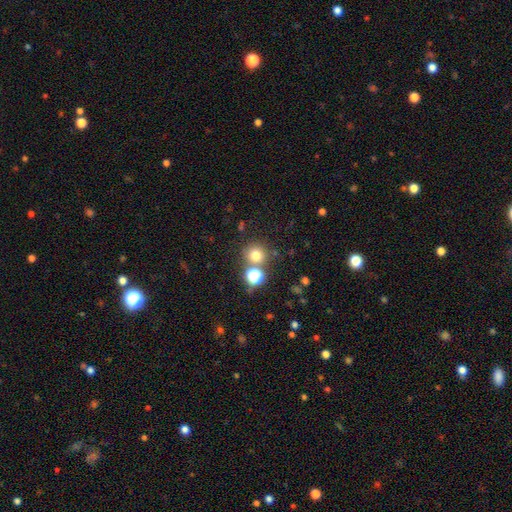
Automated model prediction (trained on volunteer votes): Q: Smooth or featured?
A: smooth (73%); runner-up: star or artifact (19%)
Q: How rounded?
A: round (91%); runner-up: in between (8%)
Q: Merging?
A: none (72%); runner-up: merger (17%)